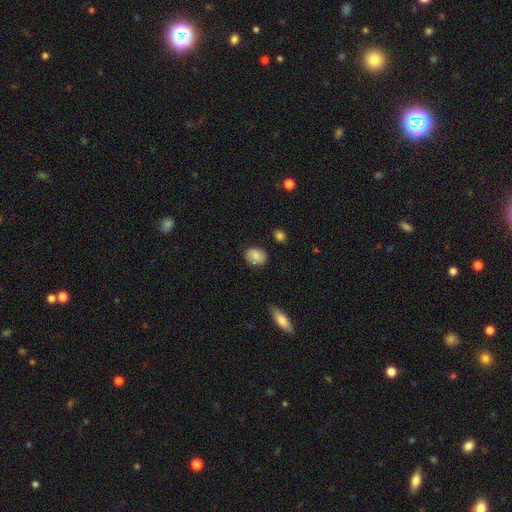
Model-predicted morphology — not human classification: Smooth or featured? Predicted: smooth (p=0.80). How rounded? Predicted: in between (p=0.51). Merging? Predicted: none (p=0.81).